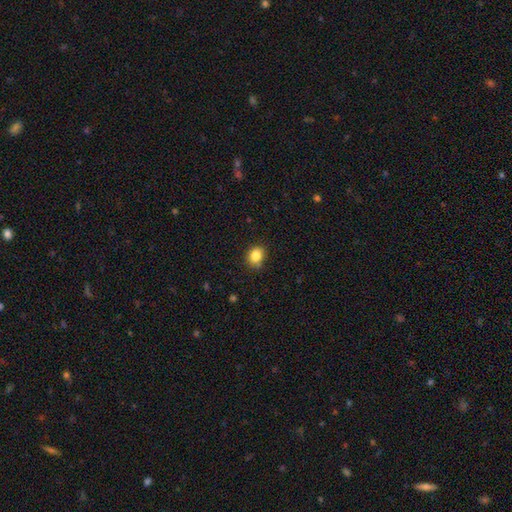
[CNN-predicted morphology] smooth 84%, star or artifact 10%, featured or disk 5%. Down the decision tree: how rounded — round (63%); merging — none (77%).